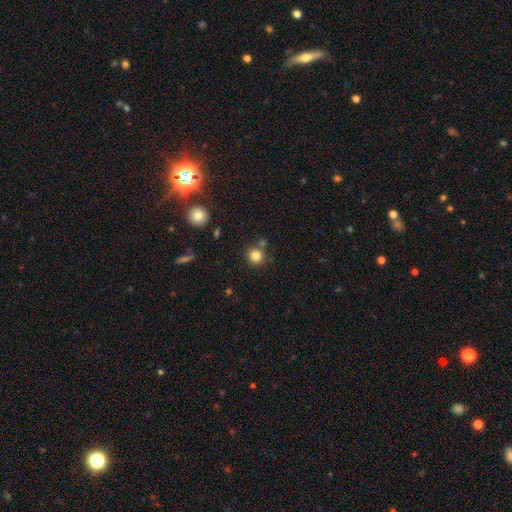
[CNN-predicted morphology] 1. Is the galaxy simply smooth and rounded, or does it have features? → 83% smooth, 11% star or artifact, 6% featured or disk.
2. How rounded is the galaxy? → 87% round, 12% in between, 1% cigar-shaped.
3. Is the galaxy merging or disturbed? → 76% none, 12% merger, 9% minor disturbance, 3% major disturbance.